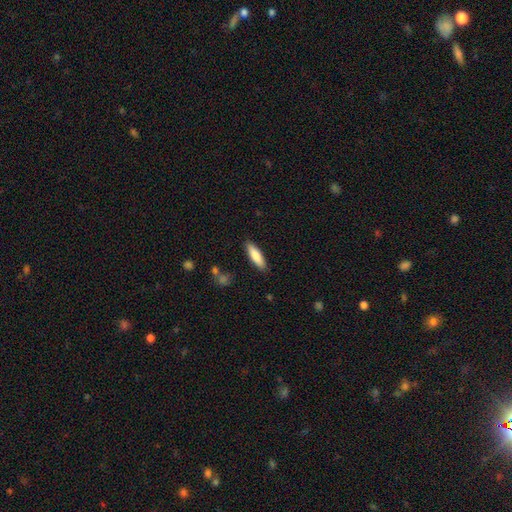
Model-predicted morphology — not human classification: Smooth or featured: smooth — 79% (featured or disk — 16%)
How rounded: cigar-shaped — 62% (in between — 36%)
Merging: none — 88% (minor disturbance — 9%)